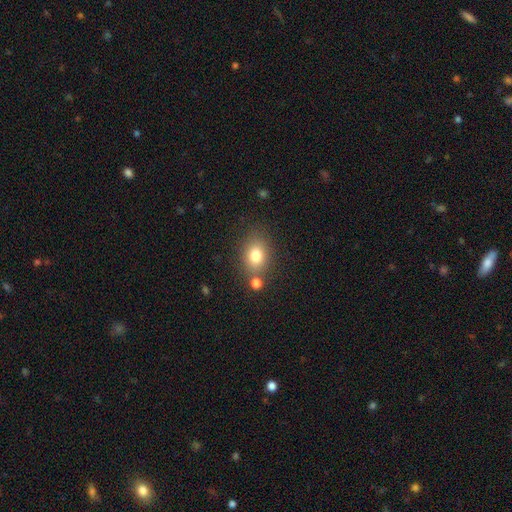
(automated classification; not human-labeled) Q: Smooth or featured?
A: smooth (79%); runner-up: star or artifact (11%)
Q: How rounded?
A: in between (59%); runner-up: round (40%)
Q: Merging?
A: none (72%); runner-up: minor disturbance (12%)